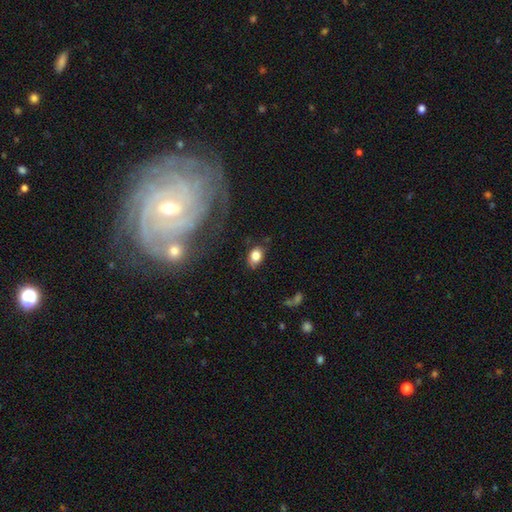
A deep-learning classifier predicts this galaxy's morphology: Overall: smooth (79%). How rounded: in between (74%). Merging: none (74%).